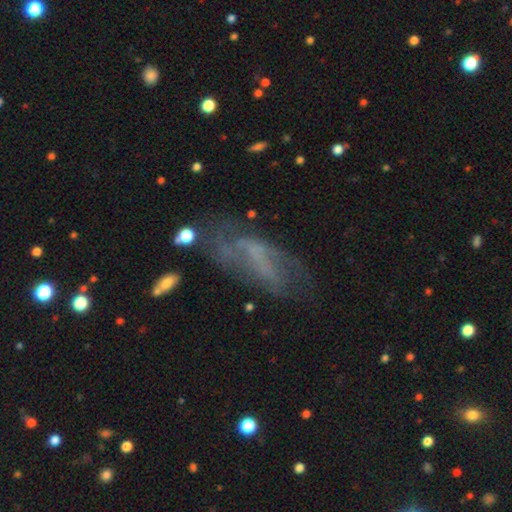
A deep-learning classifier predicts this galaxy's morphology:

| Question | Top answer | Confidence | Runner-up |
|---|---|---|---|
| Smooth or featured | featured or disk | 55% | smooth (32%) |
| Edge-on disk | no | 85% | yes (15%) |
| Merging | none | 48% | minor disturbance (24%) |